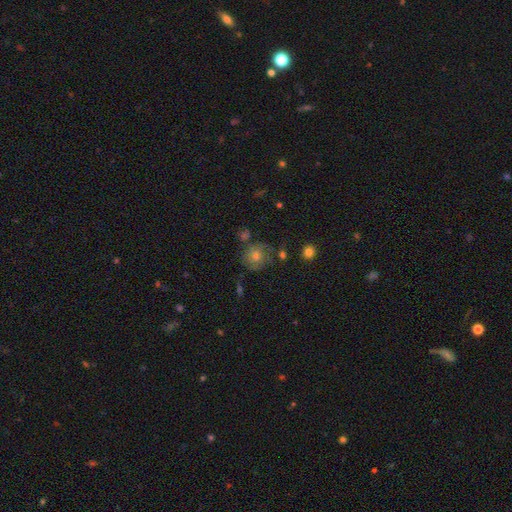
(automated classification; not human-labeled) This appears to be a smooth galaxy with no disk features (43%). Merging: none (67%).